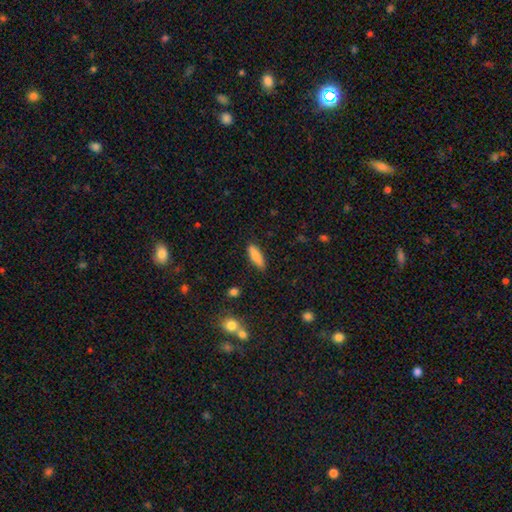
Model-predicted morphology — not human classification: smooth 85%, featured or disk 8%, star or artifact 7%. Down the decision tree: how rounded — cigar-shaped (54%); merging — none (86%).